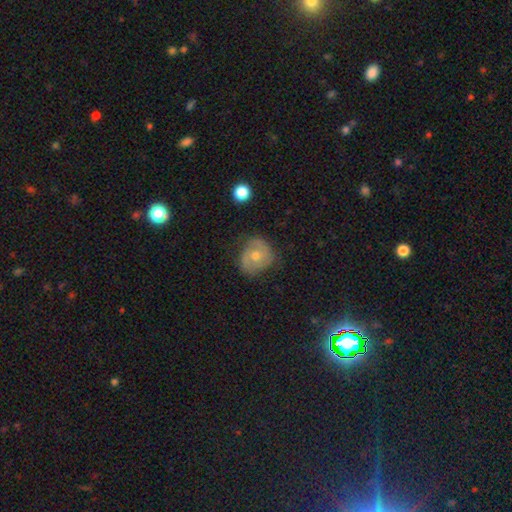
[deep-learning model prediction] The model was most divided on "smooth or featured": featured or disk: 54%, smooth: 34%, star or artifact: 12%. More confident: edge-on disk — no (96%); bar — no (76%); spiral arms — yes (75%); merging — none (70%); bulge size — moderate (59%).